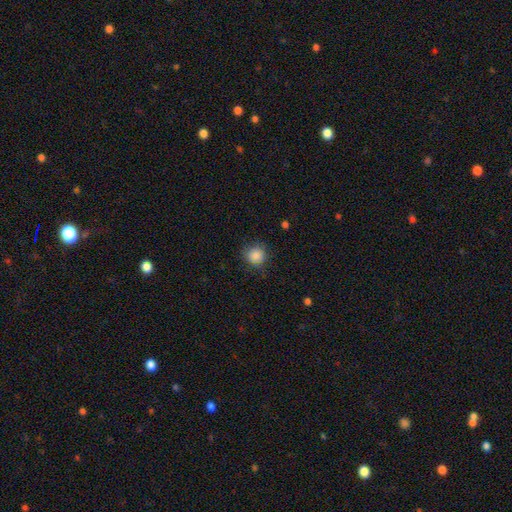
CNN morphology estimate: Smooth or featured? smooth (86%)
How rounded? round (90%)
Merging? none (80%)